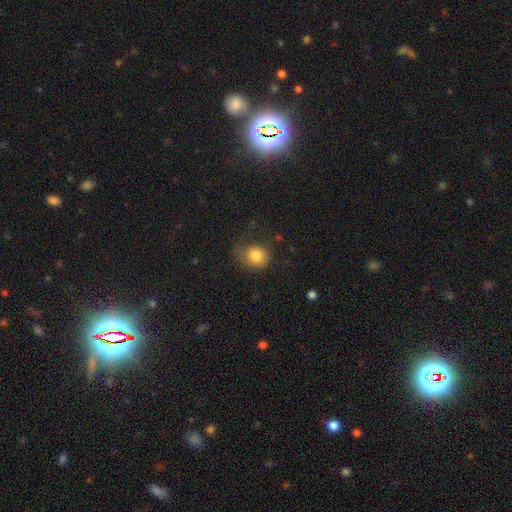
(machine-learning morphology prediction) smooth-or-featured: smooth: 81% | star or artifact: 10% | featured or disk: 8%
  how-rounded: round: 73% | in between: 26% | cigar-shaped: 1%
  merging: none: 59% | minor disturbance: 24% | major disturbance: 15% | merger: 2%